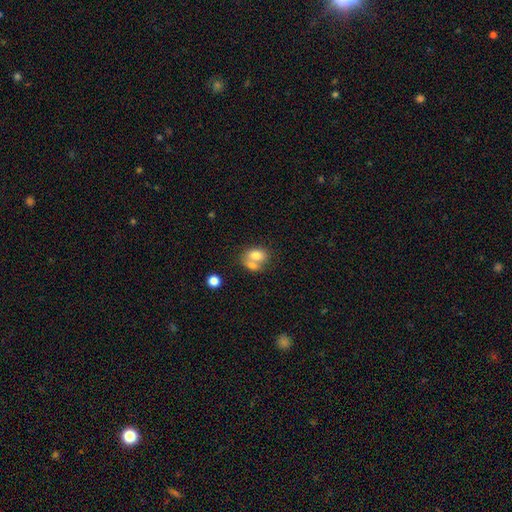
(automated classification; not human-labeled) Q: Smooth or featured?
A: smooth (75%); runner-up: featured or disk (16%)
Q: How rounded?
A: in between (71%); runner-up: round (28%)
Q: Merging?
A: merger (57%); runner-up: none (30%)